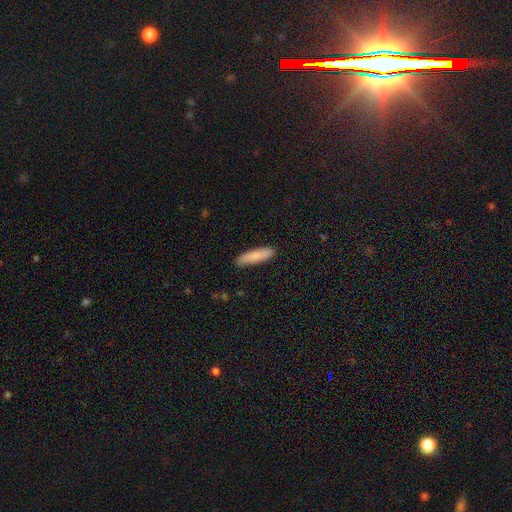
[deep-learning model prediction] Smooth or featured: smooth — 82% (featured or disk — 12%)
How rounded: cigar-shaped — 71% (in between — 28%)
Merging: none — 87% (minor disturbance — 10%)